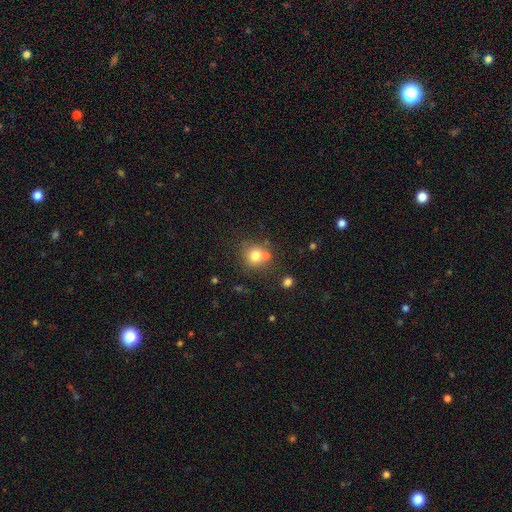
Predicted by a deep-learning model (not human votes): Smooth or featured? smooth (75%)
How rounded? round (88%)
Merging? none (60%)